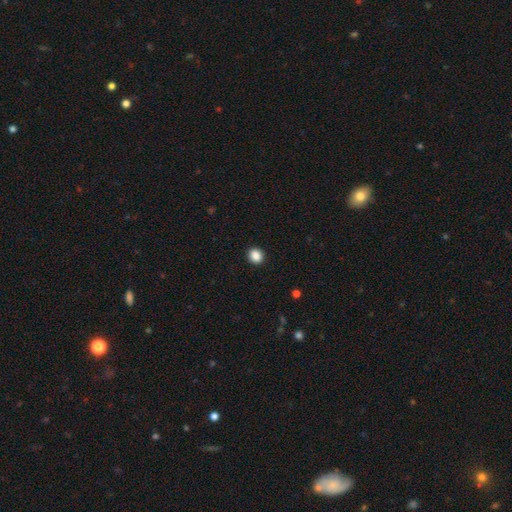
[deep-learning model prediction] A smooth galaxy with no disk features (87%) that is round (81%). Merging: none (92%).